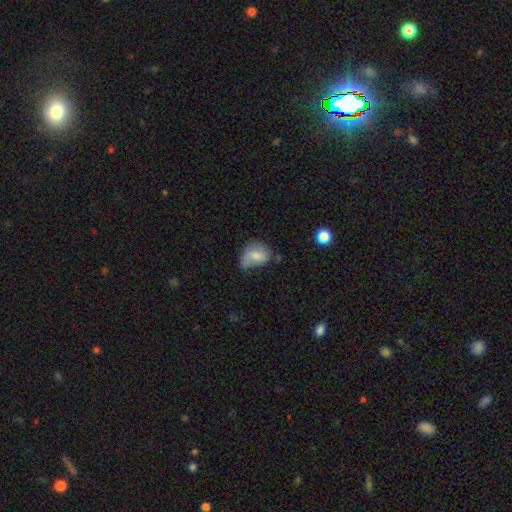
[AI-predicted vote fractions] Smooth or featured?
  - smooth: 68% *
  - featured or disk: 24%
  - star or artifact: 9%
How rounded?
  - in between: 69% *
  - round: 29%
  - cigar-shaped: 2%
Merging?
  - minor disturbance: 40% *
  - none: 30%
  - major disturbance: 22%
  - merger: 8%